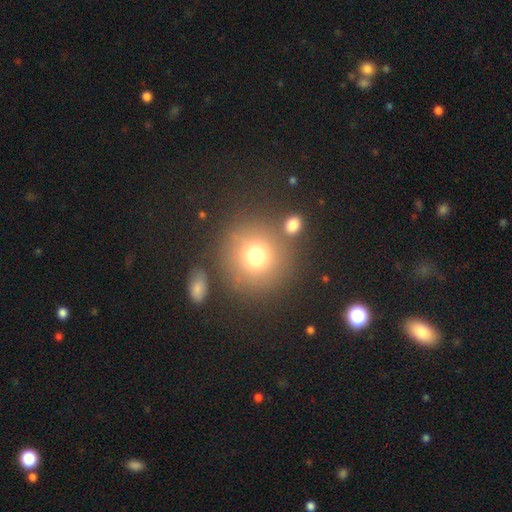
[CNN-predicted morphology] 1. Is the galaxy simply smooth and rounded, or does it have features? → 73% smooth, 15% star or artifact, 11% featured or disk.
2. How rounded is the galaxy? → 93% round, 6% in between, 1% cigar-shaped.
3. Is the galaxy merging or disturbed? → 74% none, 11% merger, 9% minor disturbance, 5% major disturbance.